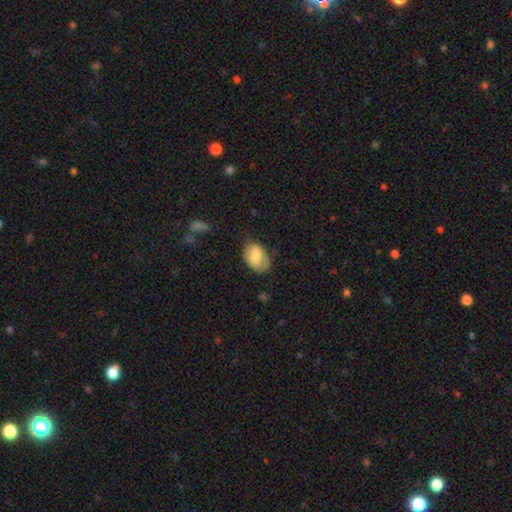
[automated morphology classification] The model was most divided on "merging": none: 61%, minor disturbance: 29%, major disturbance: 8%, merger: 2%. More confident: how rounded — in between (85%); smooth or featured — smooth (74%).